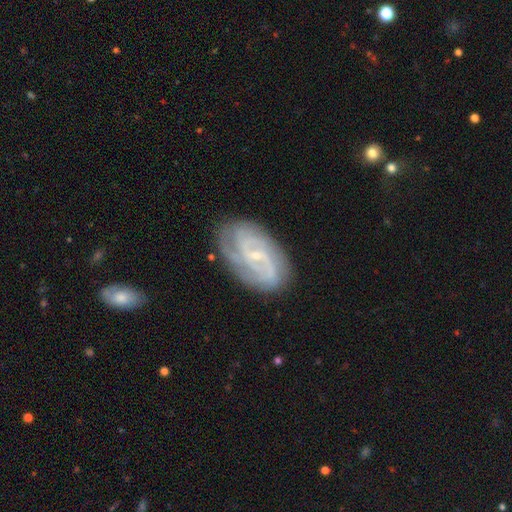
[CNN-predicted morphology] Smooth or featured? Predicted: featured or disk (p=0.86). Edge-on disk? Predicted: no (p=0.96). Bar? Predicted: weak (p=0.45). Spiral arms? Predicted: yes (p=0.97). Spiral winding? Predicted: tight (p=0.47). Spiral arm count? Predicted: 2 (p=0.39). Bulge size? Predicted: small (p=0.80). Merging? Predicted: none (p=0.77).